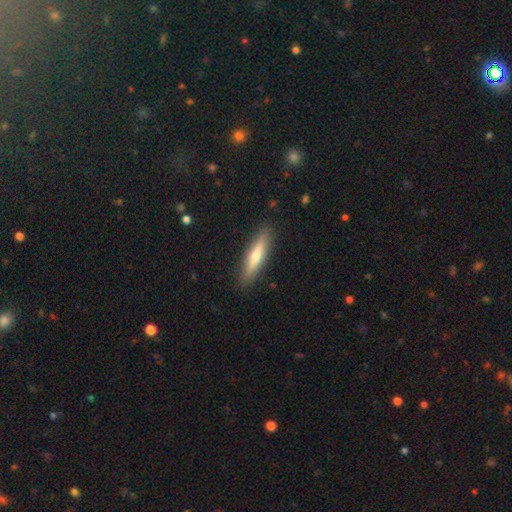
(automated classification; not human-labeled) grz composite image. It shows a smooth galaxy with no disk features (61%) that is cigar-shaped (83%). Merging: none (89%).